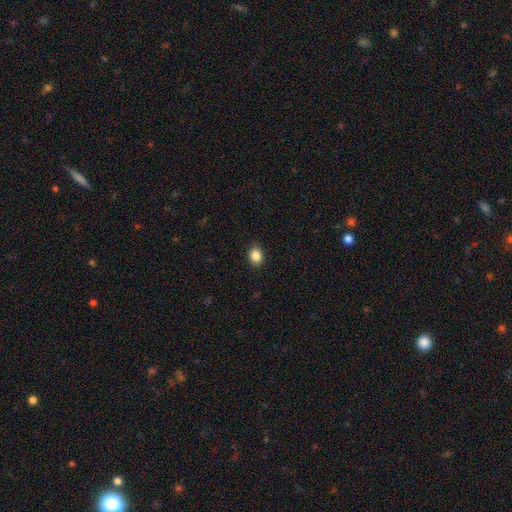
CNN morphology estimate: The model was most divided on "how rounded": in between: 55%, round: 44%, cigar-shaped: 1%. More confident: merging — none (88%); smooth or featured — smooth (87%).